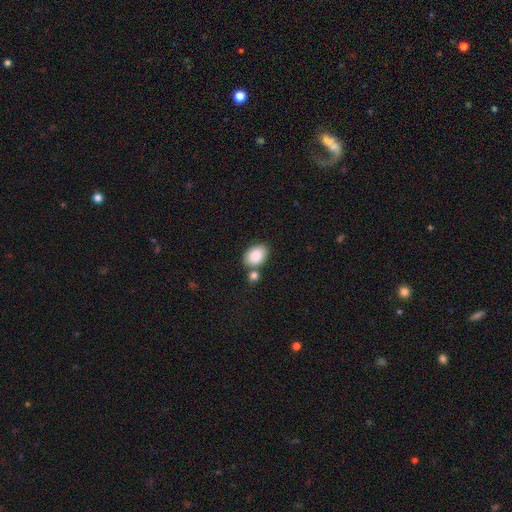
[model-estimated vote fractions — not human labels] Smooth or featured? smooth (88%)
How rounded? in between (87%)
Merging? none (66%)